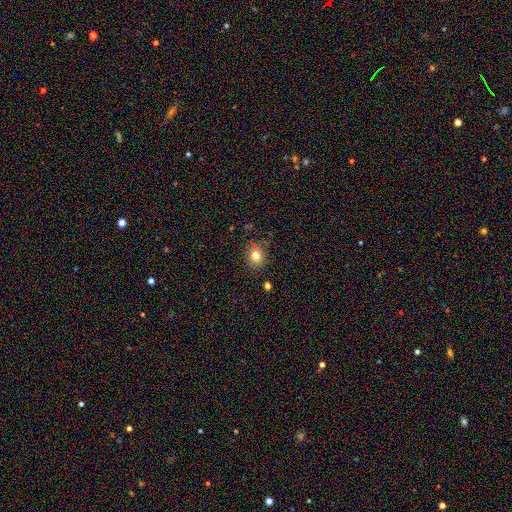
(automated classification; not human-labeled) smooth 77%, star or artifact 15%, featured or disk 8%. Down the decision tree: how rounded — round (77%); merging — none (84%).